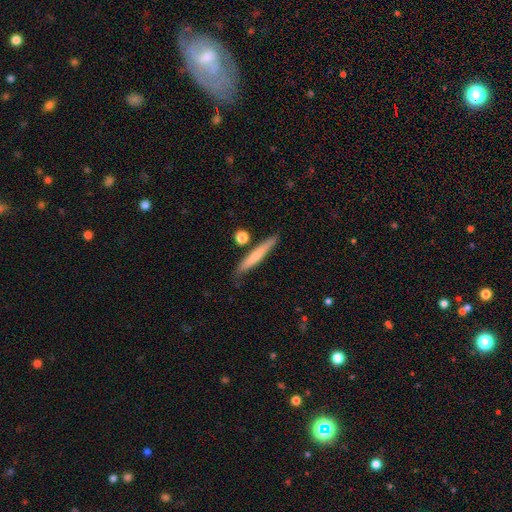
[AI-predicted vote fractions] This is likely a smooth galaxy (65%). How rounded: clearly cigar-shaped (94%). Merging: likely none (79%).